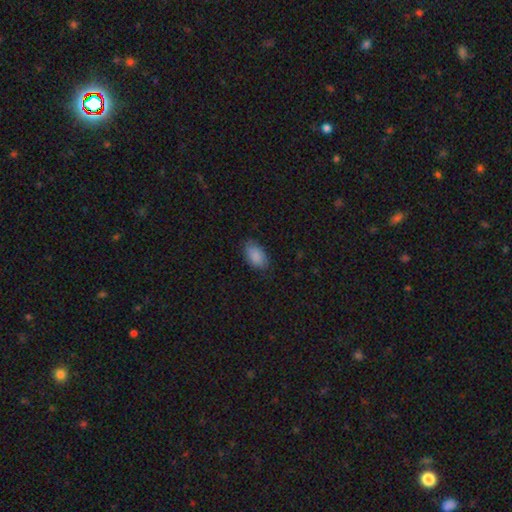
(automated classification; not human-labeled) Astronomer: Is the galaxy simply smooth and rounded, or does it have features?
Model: smooth — 88%.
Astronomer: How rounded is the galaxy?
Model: in between — 93%.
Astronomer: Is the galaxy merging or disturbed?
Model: none — 75%.